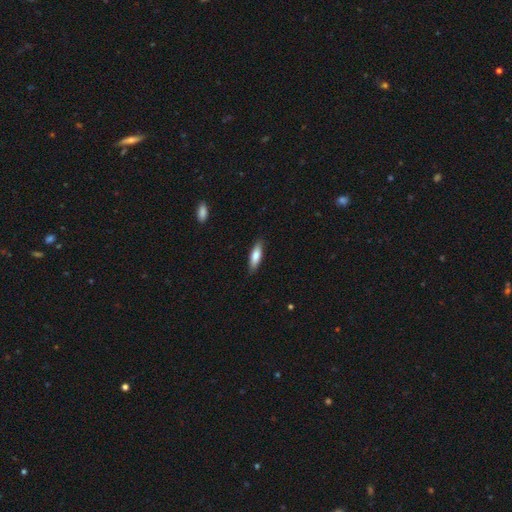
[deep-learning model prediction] Smooth or featured: smooth — 77% (featured or disk — 17%)
How rounded: cigar-shaped — 52% (in between — 46%)
Merging: none — 87% (minor disturbance — 10%)